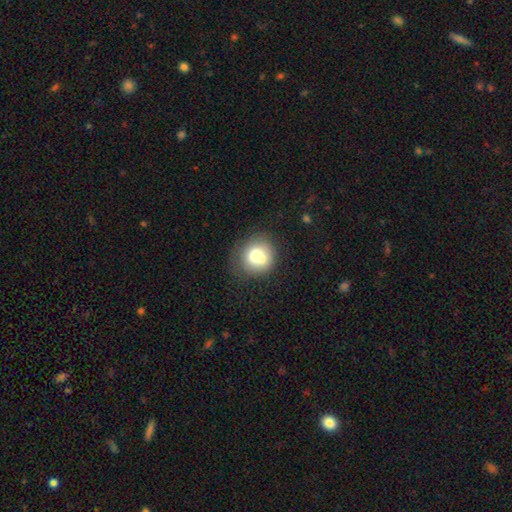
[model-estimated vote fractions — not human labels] smooth_or_featured: smooth (p=0.70) [alt: featured or disk p=0.20]
how_rounded: round (p=0.87) [alt: in between p=0.12]
merging: none (p=0.55) [alt: merger p=0.26]